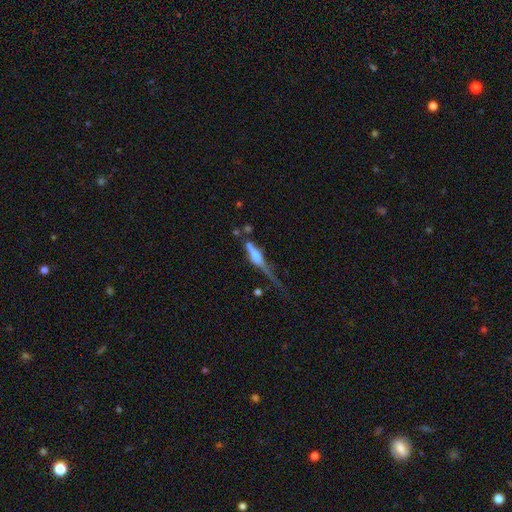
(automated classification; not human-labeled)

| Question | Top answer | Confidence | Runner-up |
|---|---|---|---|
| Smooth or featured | featured or disk | 60% | smooth (32%) |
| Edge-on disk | yes | 89% | no (11%) |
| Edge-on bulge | rounded | 89% | boxy (7%) |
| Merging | none | 38% | minor disturbance (26%) |